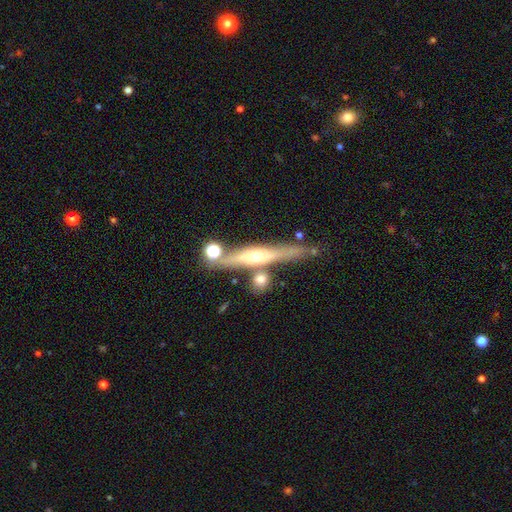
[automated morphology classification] A featured or disk galaxy (66%) viewed edge-on (91%) with a rounded central bulge (87%). Merging: none (68%).